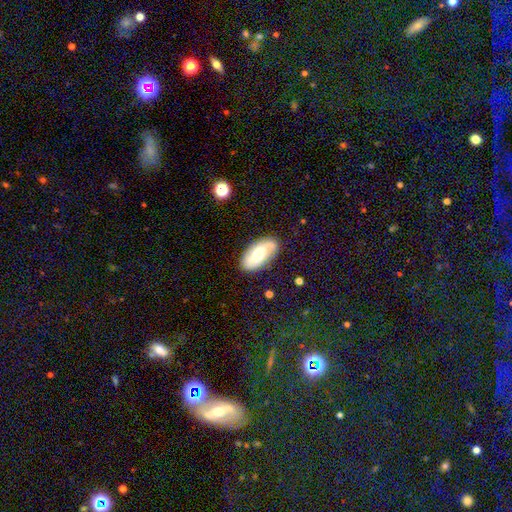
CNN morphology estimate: type=featured or disk (49%); merging=none (80%).